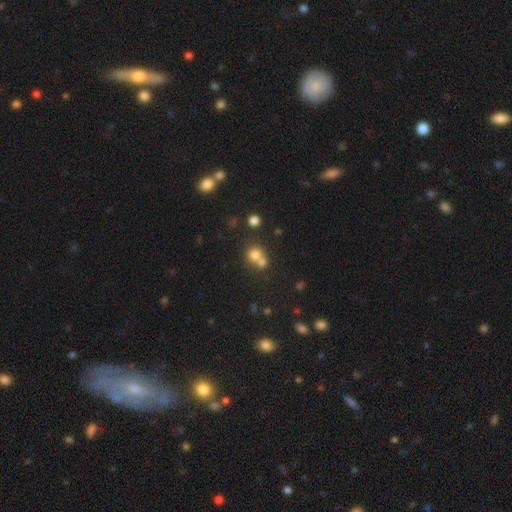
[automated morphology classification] Smooth or featured: smooth — 73% (star or artifact — 14%)
How rounded: round — 83% (in between — 16%)
Merging: merger — 51% (none — 39%)